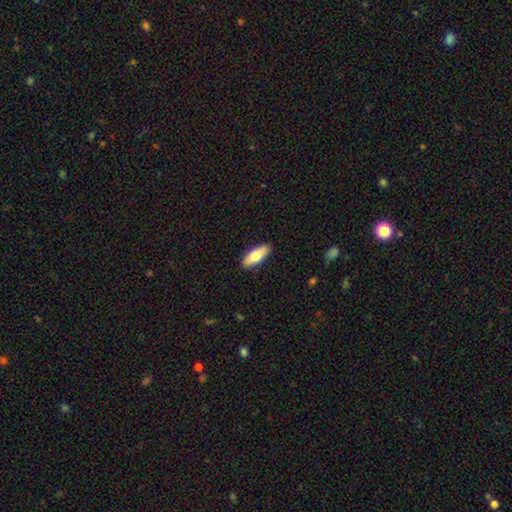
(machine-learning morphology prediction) Smooth or featured?
  - smooth: 72% *
  - featured or disk: 22%
  - star or artifact: 6%
How rounded?
  - in between: 69% *
  - cigar-shaped: 28%
  - round: 2%
Merging?
  - none: 90% *
  - minor disturbance: 8%
  - major disturbance: 2%
  - merger: 1%